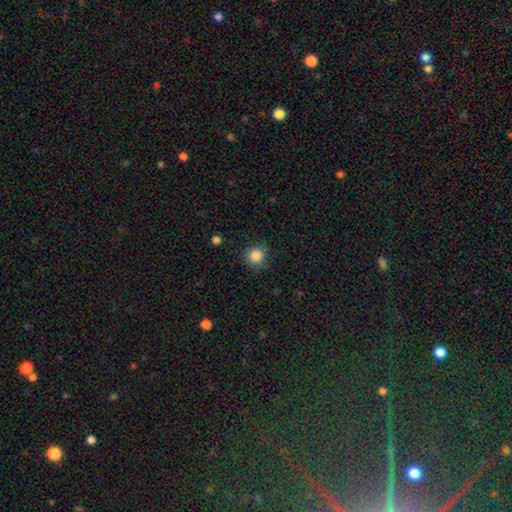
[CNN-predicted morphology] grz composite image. It shows a smooth galaxy with no disk features (86%) that is round (87%). Merging: none (77%).